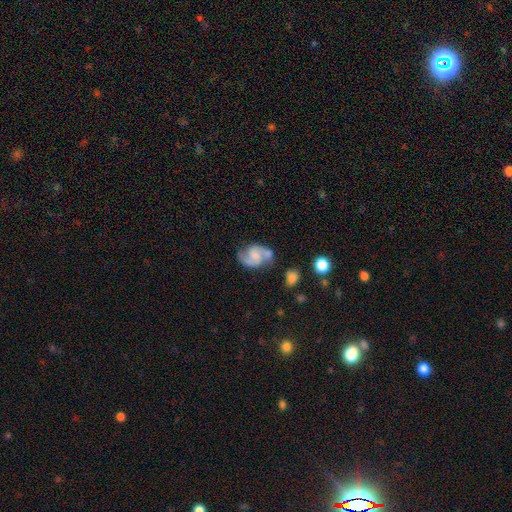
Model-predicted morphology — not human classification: Smooth or featured: featured or disk — 79% (smooth — 15%)
Edge-on disk: no — 98% (yes — 2%)
Bar: weak — 45% (tied with no — 45%)
Spiral arms: yes — 95% (no — 5%)
Spiral winding: medium — 54% (loose — 27%)
Spiral arm count: 2 — 91% (can't tell — 4%)
Bulge size: small — 33% (none — 30%)
Merging: none — 60% (minor disturbance — 19%)